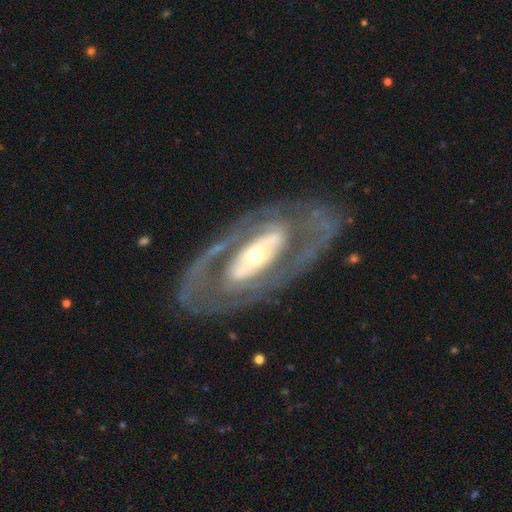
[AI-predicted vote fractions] Morphology: type=featured or disk (86%); edge-on=no (92%); bar=no (45%); spiral arms=yes (75%); winding=tight (47%); arm count=2 (75%); bulge=moderate (63%); merging=none (74%).